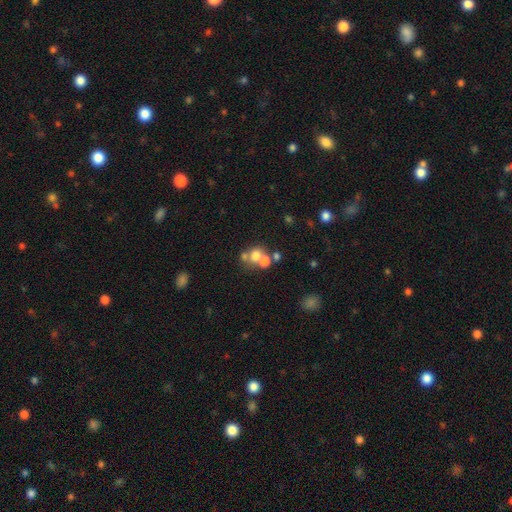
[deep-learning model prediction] A smooth galaxy with no disk features (63%) that is round (61%). Merging: merger (54%).